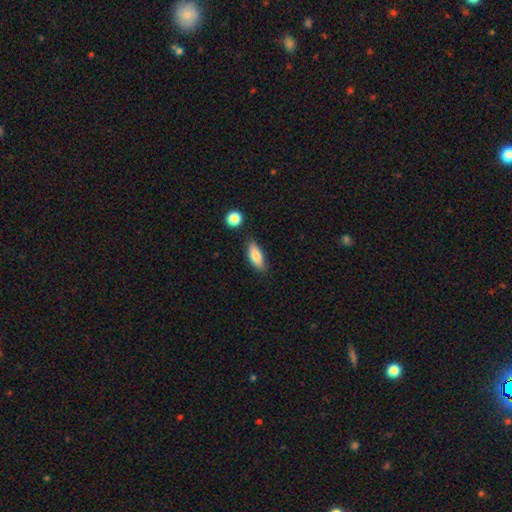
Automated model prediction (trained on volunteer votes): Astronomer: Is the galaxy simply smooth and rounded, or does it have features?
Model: smooth — 80%.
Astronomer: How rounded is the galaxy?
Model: in between — 73%.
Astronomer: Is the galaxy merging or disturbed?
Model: none — 81%.